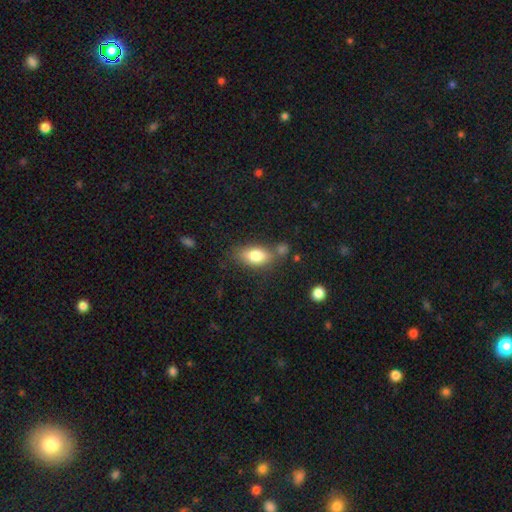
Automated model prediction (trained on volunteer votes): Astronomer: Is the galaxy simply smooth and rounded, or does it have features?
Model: smooth — 80%.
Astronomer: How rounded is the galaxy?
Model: in between — 87%.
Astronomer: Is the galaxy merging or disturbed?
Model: none — 66%.